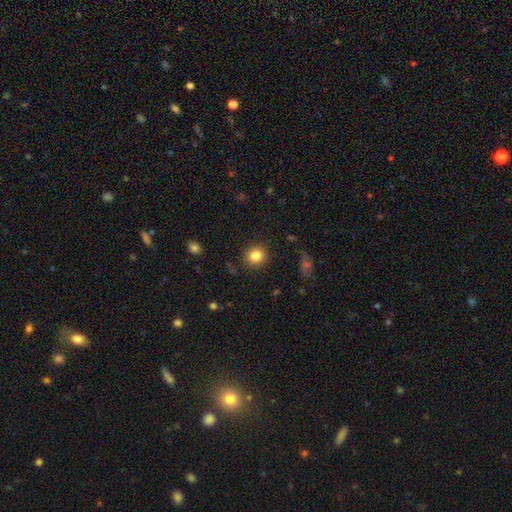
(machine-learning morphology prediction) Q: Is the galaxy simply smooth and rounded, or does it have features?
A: smooth — 84%.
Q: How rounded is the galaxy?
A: round — 83%.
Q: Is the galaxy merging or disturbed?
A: none — 88%.